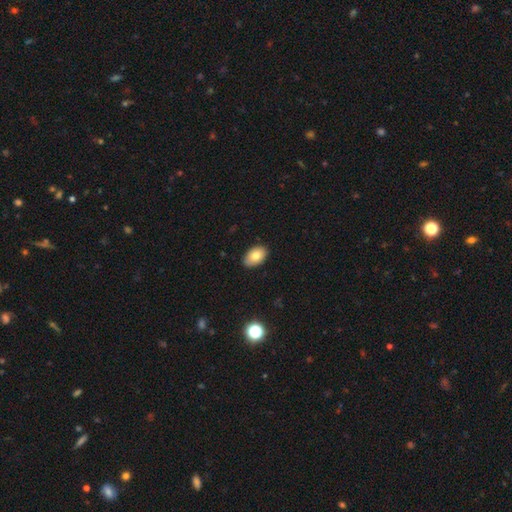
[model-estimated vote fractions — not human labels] Morphology: type=smooth (79%); roundness=in between (90%); merging=none (86%).